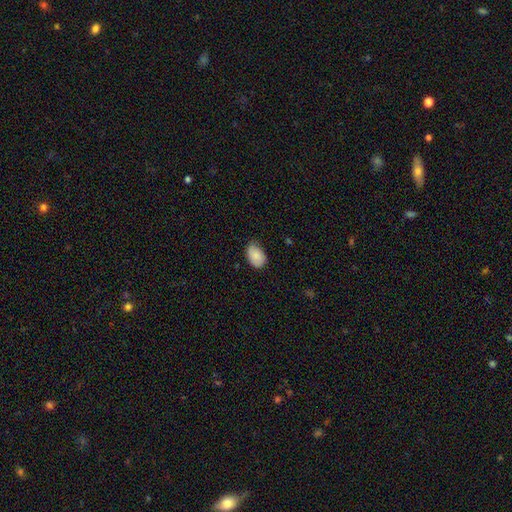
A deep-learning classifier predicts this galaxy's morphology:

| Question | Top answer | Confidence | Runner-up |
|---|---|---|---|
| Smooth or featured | smooth | 85% | featured or disk (8%) |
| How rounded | in between | 86% | round (13%) |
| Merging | none | 66% | minor disturbance (29%) |